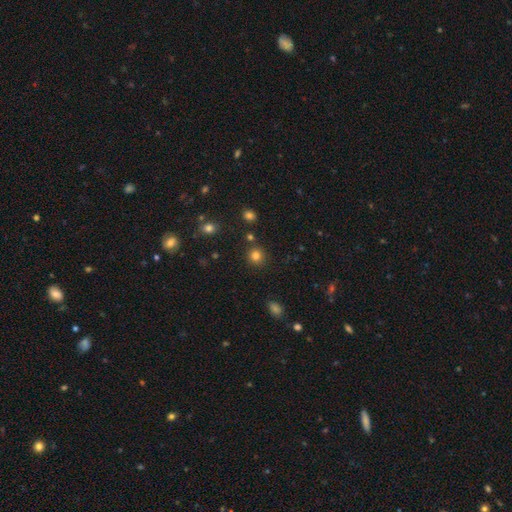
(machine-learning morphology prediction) Smooth or featured?
  - smooth: 81% *
  - star or artifact: 14%
  - featured or disk: 5%
How rounded?
  - round: 91% *
  - in between: 8%
  - cigar-shaped: 1%
Merging?
  - none: 86% *
  - minor disturbance: 7%
  - merger: 5%
  - major disturbance: 3%